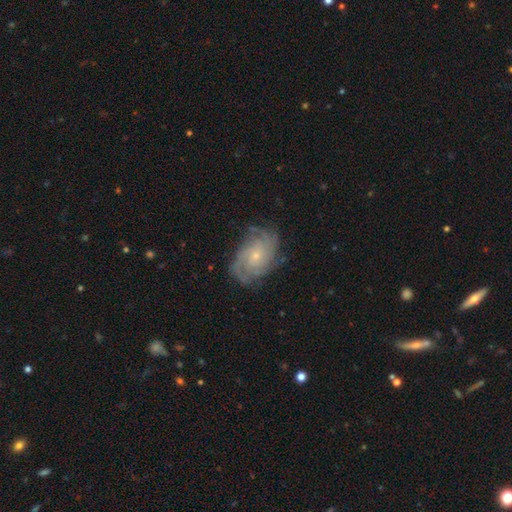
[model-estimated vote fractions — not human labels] Smooth or featured? Predicted: featured or disk (p=0.85). Edge-on disk? Predicted: no (p=0.97). Bar? Predicted: no (p=0.74). Spiral arms? Predicted: yes (p=0.97). Spiral winding? Predicted: tight (p=0.62). Spiral arm count? Predicted: can't tell (p=0.25). Bulge size? Predicted: small (p=0.75). Merging? Predicted: none (p=0.77).